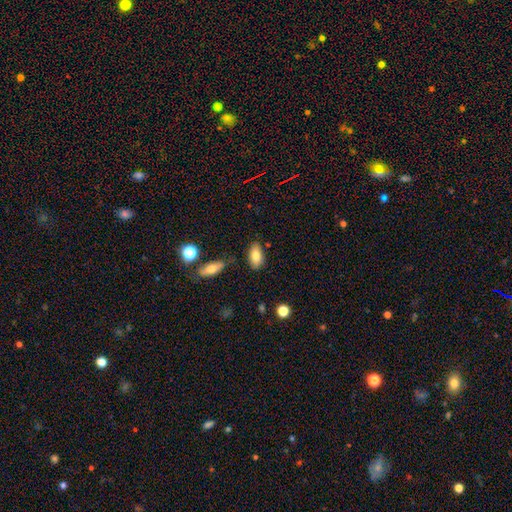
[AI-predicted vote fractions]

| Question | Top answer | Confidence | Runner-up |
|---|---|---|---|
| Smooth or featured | smooth | 81% | featured or disk (12%) |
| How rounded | in between | 92% | round (4%) |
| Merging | none | 80% | minor disturbance (13%) |